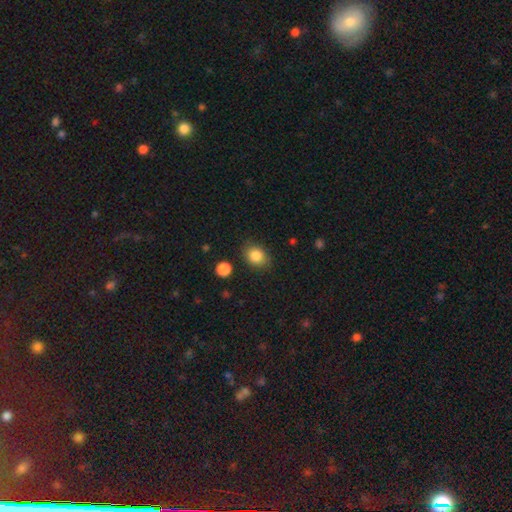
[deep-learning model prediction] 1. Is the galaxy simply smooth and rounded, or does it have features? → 85% smooth, 9% star or artifact, 6% featured or disk.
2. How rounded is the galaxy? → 53% in between, 46% round, 1% cigar-shaped.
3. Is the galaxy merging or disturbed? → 82% none, 13% minor disturbance, 3% major disturbance, 2% merger.